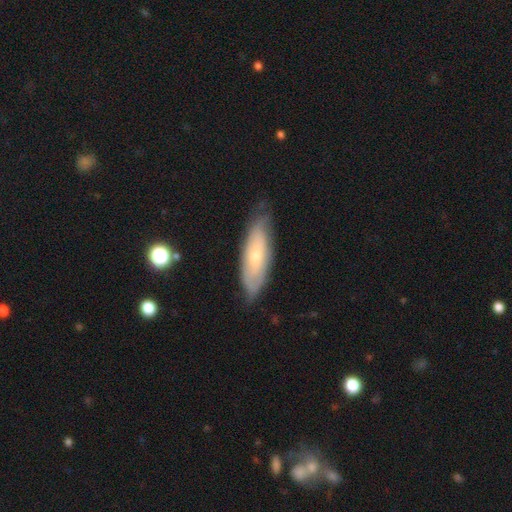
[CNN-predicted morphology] Smooth or featured: featured or disk — 51% (smooth — 42%)
Edge-on disk: no — 74% (yes — 26%)
Merging: none — 74% (minor disturbance — 21%)